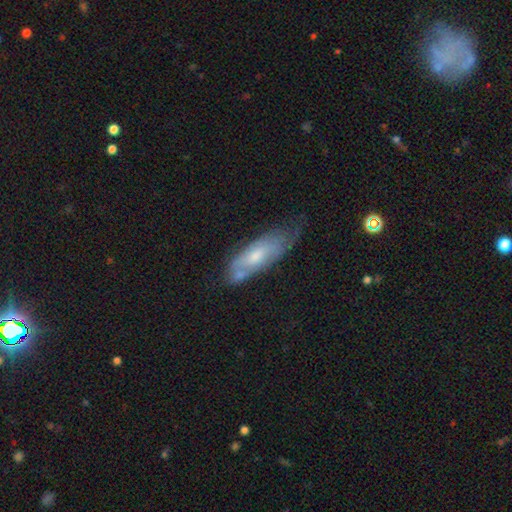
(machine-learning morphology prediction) type=smooth (48%); merging=none (42%).